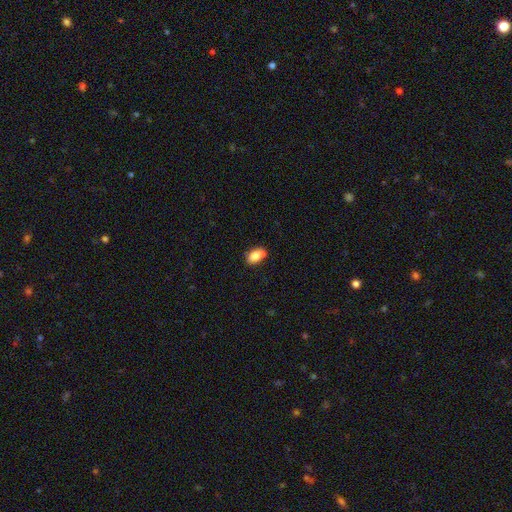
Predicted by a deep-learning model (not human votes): smooth-or-featured: smooth: 79% | featured or disk: 12% | star or artifact: 8%
  how-rounded: in between: 87% | round: 11% | cigar-shaped: 2%
  merging: none: 55% | minor disturbance: 27% | merger: 12% | major disturbance: 6%